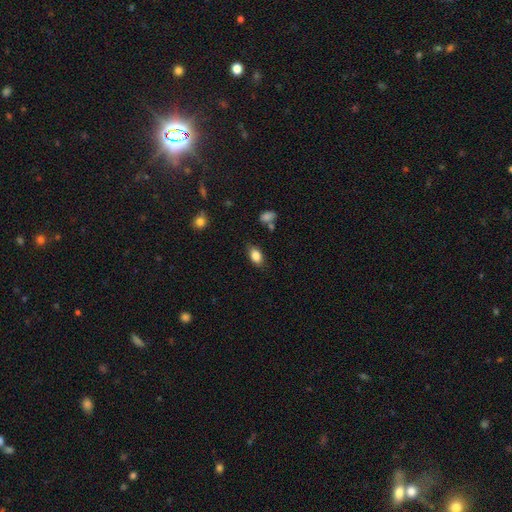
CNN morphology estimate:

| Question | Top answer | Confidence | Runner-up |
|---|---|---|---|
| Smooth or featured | smooth | 85% | star or artifact (8%) |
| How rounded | in between | 88% | round (9%) |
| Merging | none | 79% | minor disturbance (15%) |